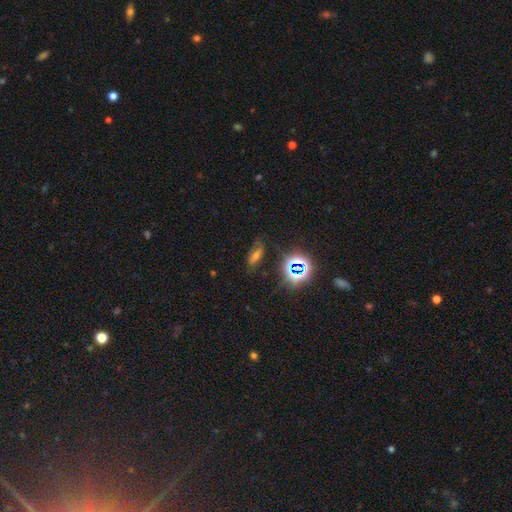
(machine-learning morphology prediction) smooth_or_featured: smooth (p=0.44) [alt: star or artifact p=0.36]
merging: none (p=0.72) [alt: minor disturbance p=0.18]